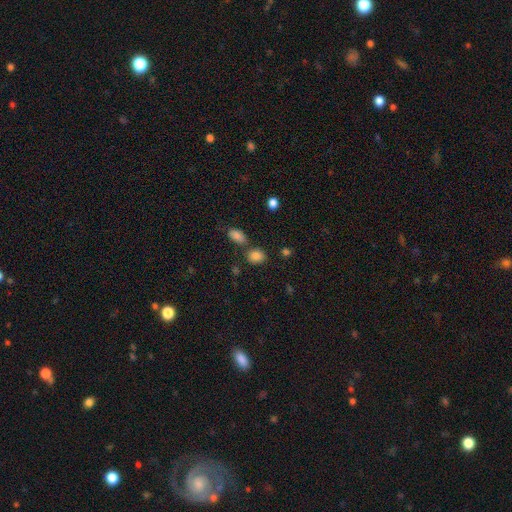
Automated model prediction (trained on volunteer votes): Smooth or featured? smooth (83%)
How rounded? in between (53%)
Merging? none (67%)